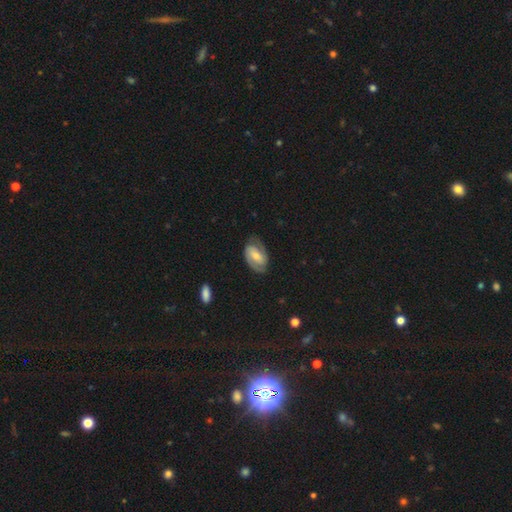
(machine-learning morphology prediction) Smooth or featured? Predicted: featured or disk (p=0.72). Edge-on disk? Predicted: no (p=0.96). Bar? Predicted: weak (p=0.42). Spiral arms? Predicted: yes (p=0.90). Spiral winding? Predicted: medium (p=0.43). Spiral arm count? Predicted: 2 (p=0.85). Bulge size? Predicted: moderate (p=0.51). Merging? Predicted: none (p=0.74).